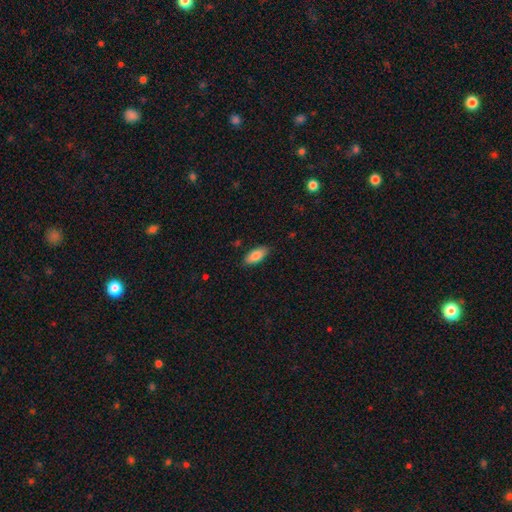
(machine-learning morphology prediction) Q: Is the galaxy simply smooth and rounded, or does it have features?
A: smooth — 85%.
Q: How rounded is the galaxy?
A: in between — 87%.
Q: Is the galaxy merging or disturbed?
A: none — 85%.